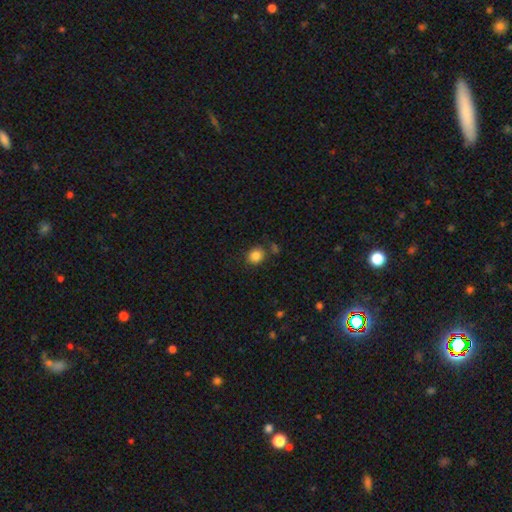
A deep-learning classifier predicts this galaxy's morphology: smooth_or_featured: smooth (p=0.85) [alt: star or artifact p=0.10]
how_rounded: round (p=0.78) [alt: in between p=0.21]
merging: none (p=0.76) [alt: minor disturbance p=0.13]